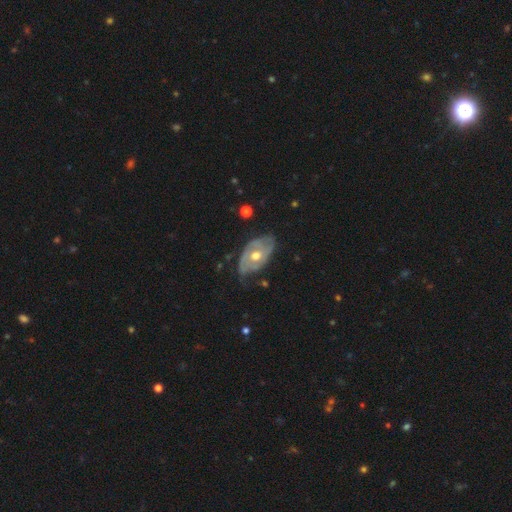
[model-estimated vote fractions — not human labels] Morphology: type=featured or disk (80%); edge-on=no (94%); bar=no (75%); spiral arms=yes (80%); winding=tight (57%); arm count=2 (41%); bulge=moderate (80%); merging=none (61%).